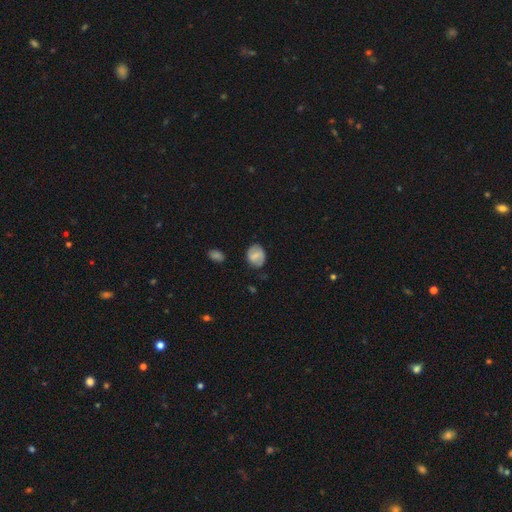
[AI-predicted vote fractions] Overall: smooth (57%; featured or disk 35%). How rounded: round (53%; in between 46%). Merging: none (76%).